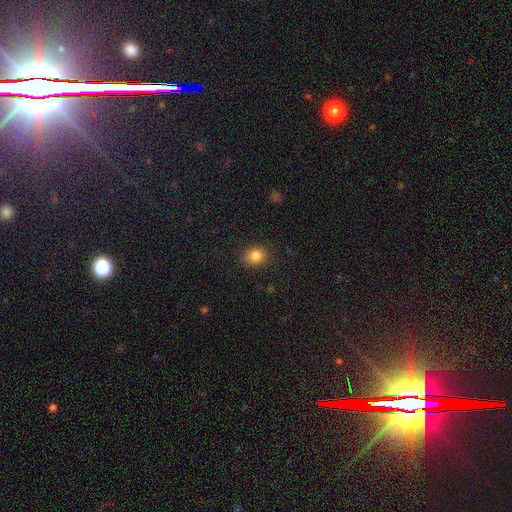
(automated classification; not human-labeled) Smooth or featured?
  - smooth: 83% *
  - star or artifact: 11%
  - featured or disk: 6%
How rounded?
  - round: 54% *
  - in between: 45%
  - cigar-shaped: 1%
Merging?
  - none: 84% *
  - minor disturbance: 12%
  - major disturbance: 3%
  - merger: 1%